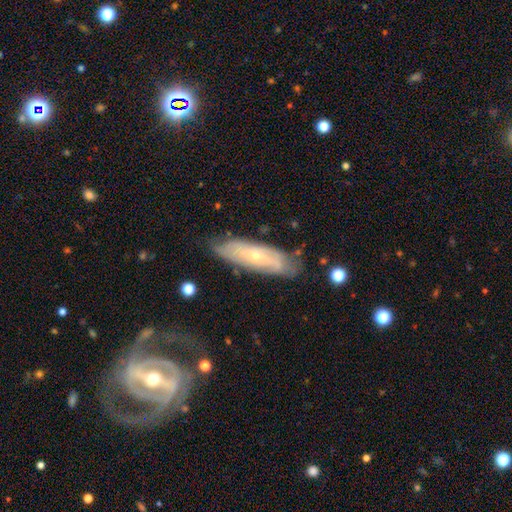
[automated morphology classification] Smooth or featured?
  - featured or disk: 63% *
  - smooth: 31%
  - star or artifact: 7%
Edge-on disk?
  - no: 74% *
  - yes: 26%
Merging?
  - none: 72% *
  - minor disturbance: 20%
  - major disturbance: 6%
  - merger: 2%